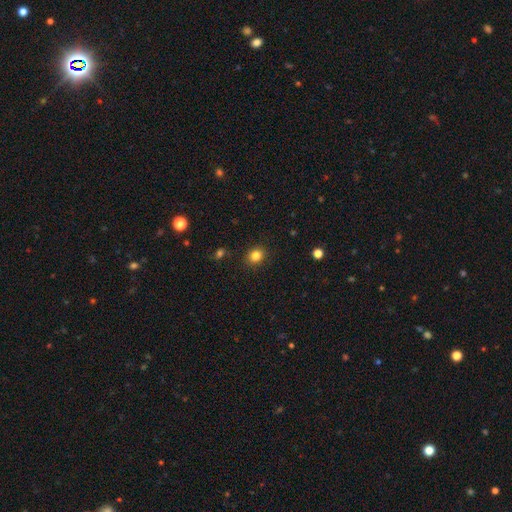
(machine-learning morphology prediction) smooth_or_featured: smooth (p=0.83) [alt: star or artifact p=0.12]
how_rounded: round (p=0.69) [alt: in between p=0.30]
merging: none (p=0.89) [alt: minor disturbance p=0.08]